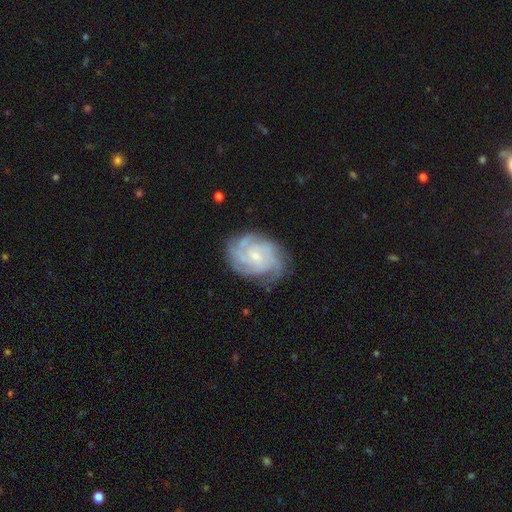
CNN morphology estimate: smooth_or_featured: featured or disk (p=0.84) [alt: smooth p=0.10]
disk_edge_on: no (p=0.98) [alt: yes p=0.02]
bar: no (p=0.67) [alt: weak p=0.28]
has_spiral_arms: yes (p=0.97) [alt: no p=0.03]
spiral_winding: tight (p=0.64) [alt: medium p=0.30]
spiral_arm_count: 4 (p=0.30) [alt: can't tell p=0.24]
bulge_size: small (p=0.73) [alt: moderate p=0.22]
merging: none (p=0.75) [alt: minor disturbance p=0.18]